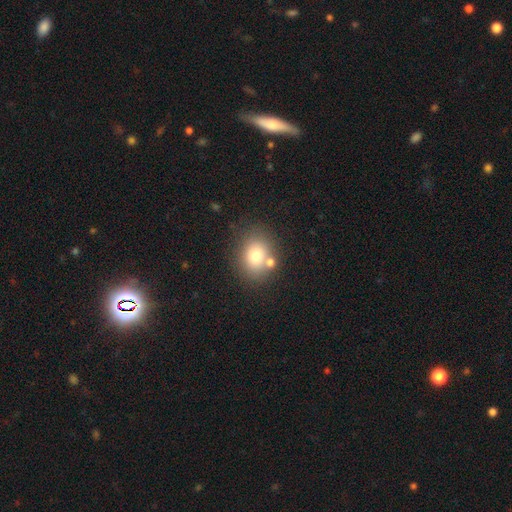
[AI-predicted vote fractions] Smooth or featured? smooth (74%)
How rounded? round (54%)
Merging? none (68%)